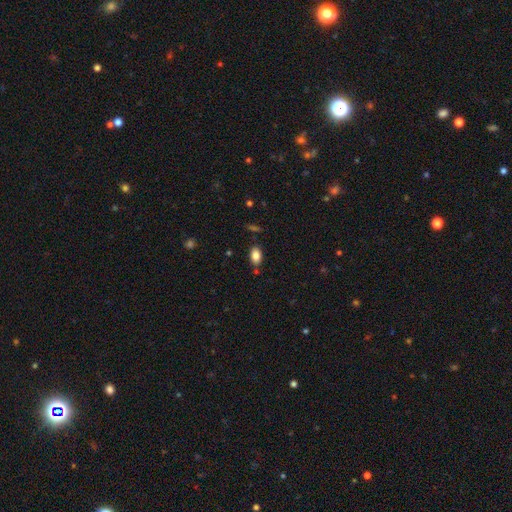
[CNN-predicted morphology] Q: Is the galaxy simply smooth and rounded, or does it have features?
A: smooth — 84%.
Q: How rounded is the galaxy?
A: in between — 89%.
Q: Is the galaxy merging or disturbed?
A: none — 82%.